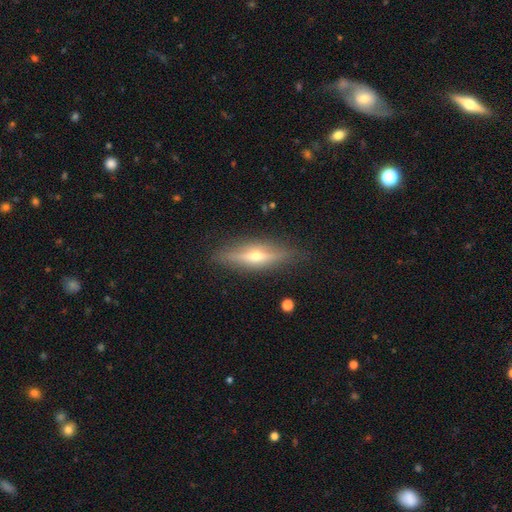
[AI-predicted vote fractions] featured or disk 69%, smooth 24%, star or artifact 7%. Down the decision tree: edge-on disk — yes (93%); edge-on bulge — rounded (91%); merging — none (87%).